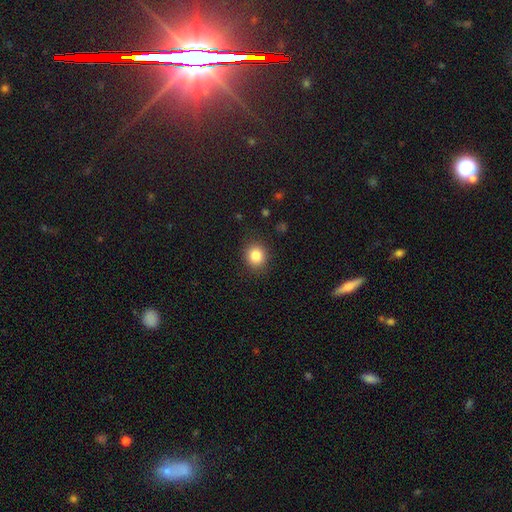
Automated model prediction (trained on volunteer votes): The model was most divided on "how rounded": round: 81%, in between: 18%, cigar-shaped: 1%. More confident: merging — none (88%); smooth or featured — smooth (84%).